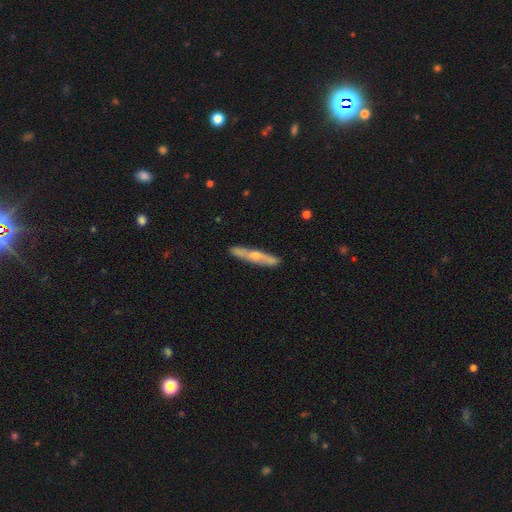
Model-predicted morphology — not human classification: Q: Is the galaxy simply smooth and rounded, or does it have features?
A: featured or disk — 58%.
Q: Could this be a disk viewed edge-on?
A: yes — 87%.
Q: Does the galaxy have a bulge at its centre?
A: rounded — 83%.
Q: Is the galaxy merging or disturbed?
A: none — 88%.